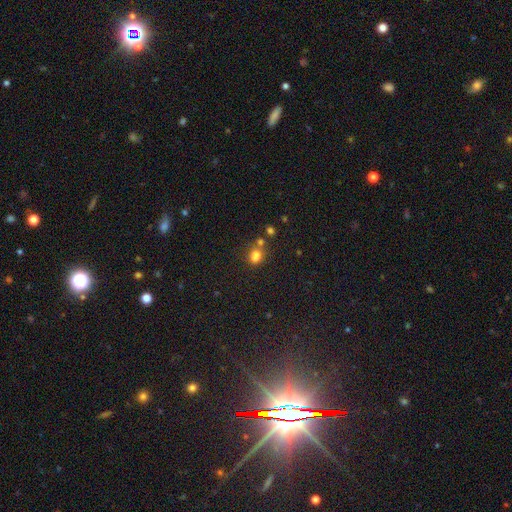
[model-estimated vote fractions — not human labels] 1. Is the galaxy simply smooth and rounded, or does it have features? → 78% smooth, 15% star or artifact, 7% featured or disk.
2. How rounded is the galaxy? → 52% round, 47% in between, 1% cigar-shaped.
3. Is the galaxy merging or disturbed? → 55% none, 27% merger, 13% minor disturbance, 5% major disturbance.